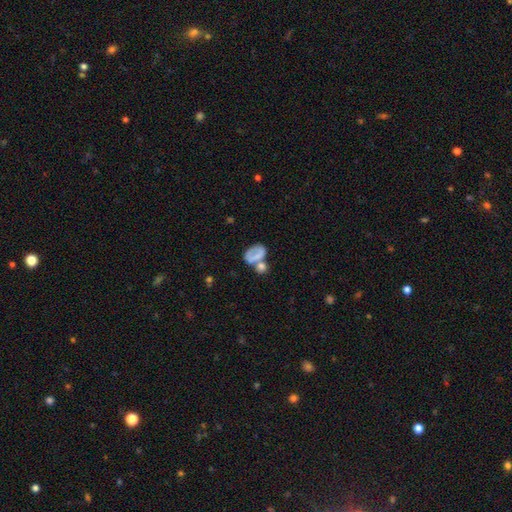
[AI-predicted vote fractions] Q: Smooth or featured?
A: smooth (62%); runner-up: featured or disk (28%)
Q: How rounded?
A: in between (74%); runner-up: round (25%)
Q: Merging?
A: merger (39%); runner-up: none (32%)